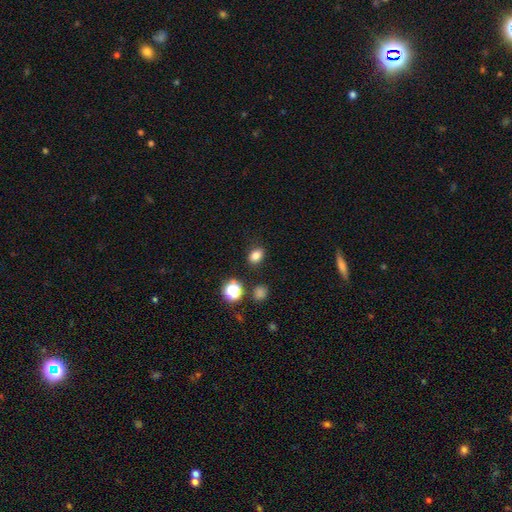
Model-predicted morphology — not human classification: type=smooth (80%); roundness=in between (65%); merging=none (84%).